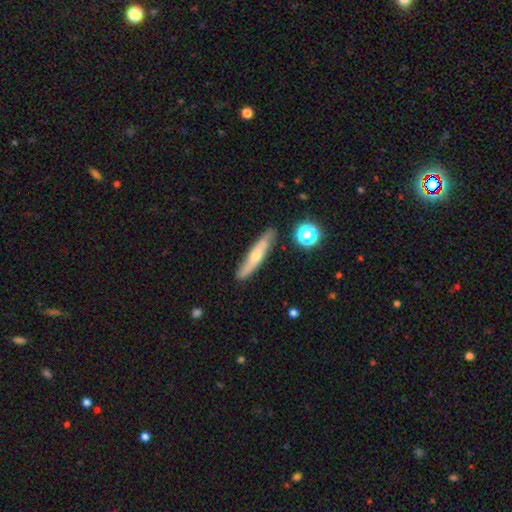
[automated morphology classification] A smooth galaxy with no disk features (47%). Merging: none (83%).